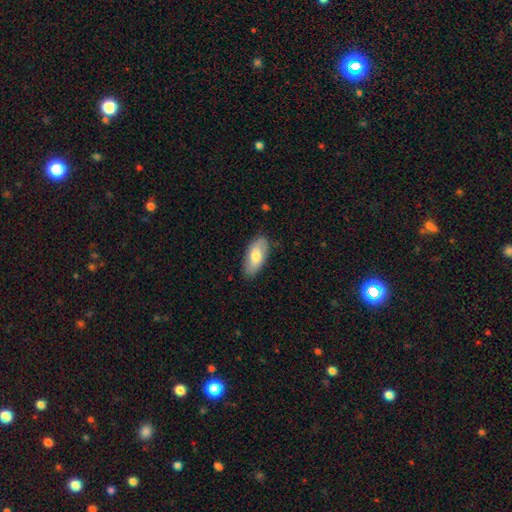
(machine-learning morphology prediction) A smooth galaxy with no disk features (72%) that is in between round and cigar-shaped (90%). Merging: none (83%).